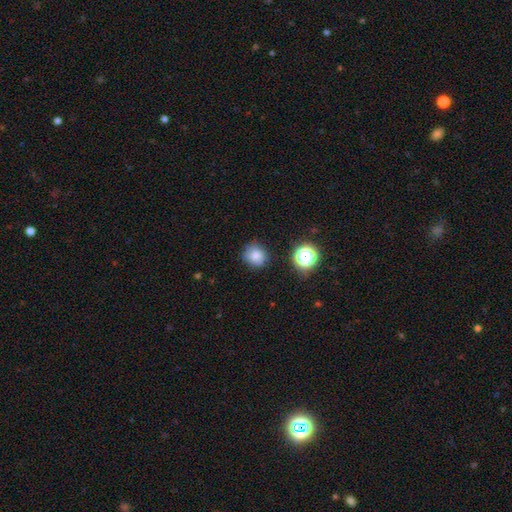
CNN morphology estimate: The model was most divided on "merging": none: 78%, minor disturbance: 16%, major disturbance: 4%, merger: 2%. More confident: how rounded — round (82%); smooth or featured — smooth (80%).